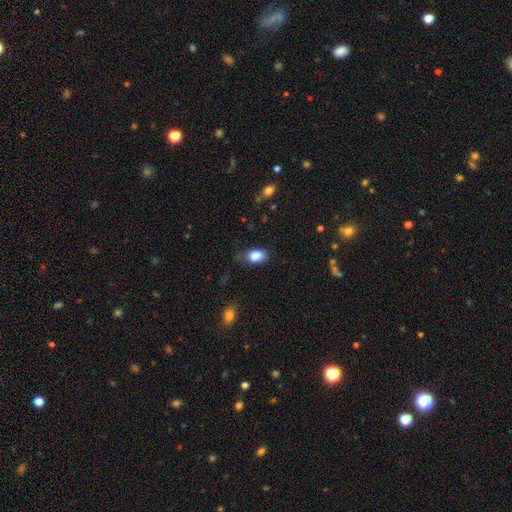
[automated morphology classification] Q: Smooth or featured?
A: smooth (86%); runner-up: star or artifact (8%)
Q: How rounded?
A: in between (85%); runner-up: round (14%)
Q: Merging?
A: none (73%); runner-up: minor disturbance (21%)